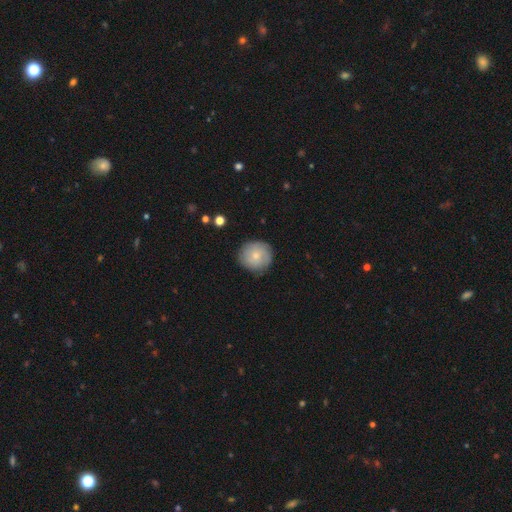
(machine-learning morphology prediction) smooth-or-featured: smooth: 62% | featured or disk: 31% | star or artifact: 7%
  how-rounded: round: 92% | in between: 7% | cigar-shaped: 1%
  merging: none: 85% | minor disturbance: 11% | major disturbance: 3% | merger: 1%